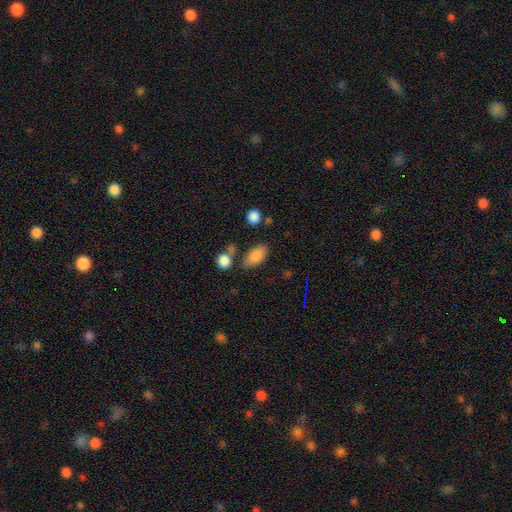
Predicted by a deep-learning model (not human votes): This is clearly a smooth galaxy (84%). How rounded: clearly in between (89%). Merging: likely none (69%).